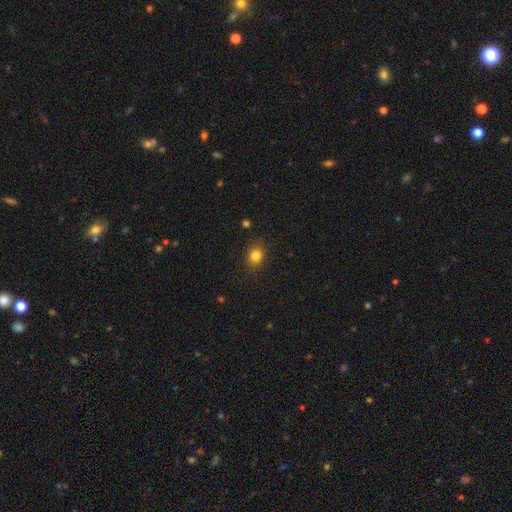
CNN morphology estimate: smooth 82%, star or artifact 12%, featured or disk 6%. Down the decision tree: how rounded — round (58%); merging — none (84%).